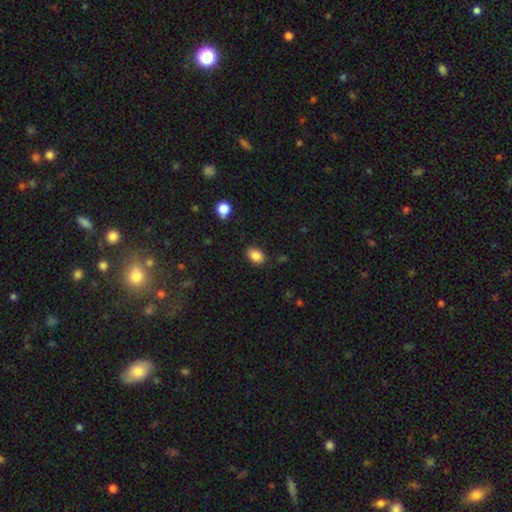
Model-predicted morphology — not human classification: Q: Smooth or featured?
A: smooth (87%); runner-up: star or artifact (9%)
Q: How rounded?
A: in between (78%); runner-up: round (21%)
Q: Merging?
A: none (85%); runner-up: minor disturbance (11%)